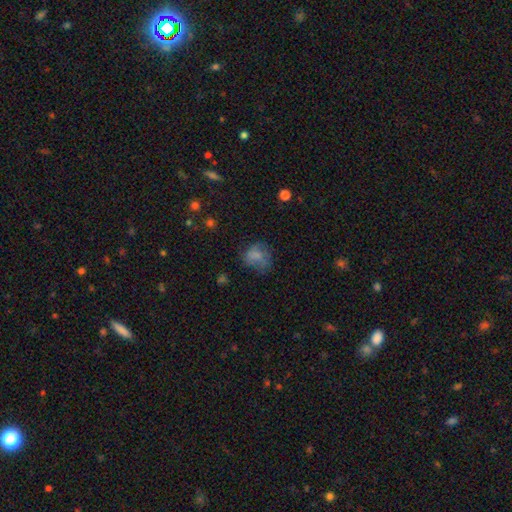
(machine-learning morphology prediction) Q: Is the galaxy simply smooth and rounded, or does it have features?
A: smooth — 72%.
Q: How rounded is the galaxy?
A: round — 64%.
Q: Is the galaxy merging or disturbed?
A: none — 52%.